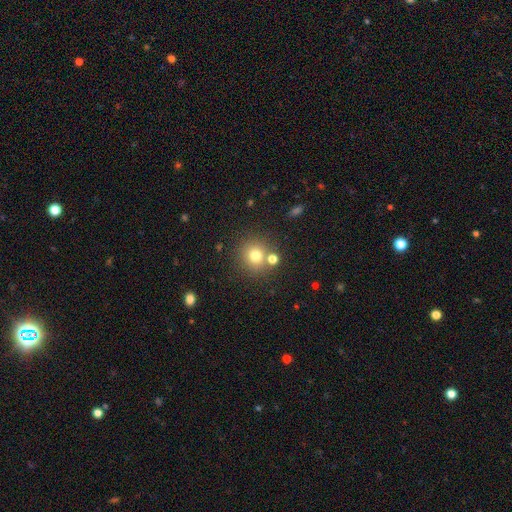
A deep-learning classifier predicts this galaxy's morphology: Smooth or featured? smooth (75%)
How rounded? round (90%)
Merging? none (72%)